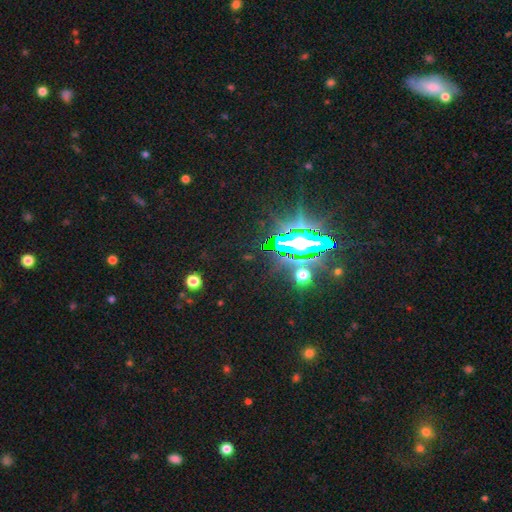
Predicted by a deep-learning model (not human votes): A star or artifact, not a galaxy (85%).